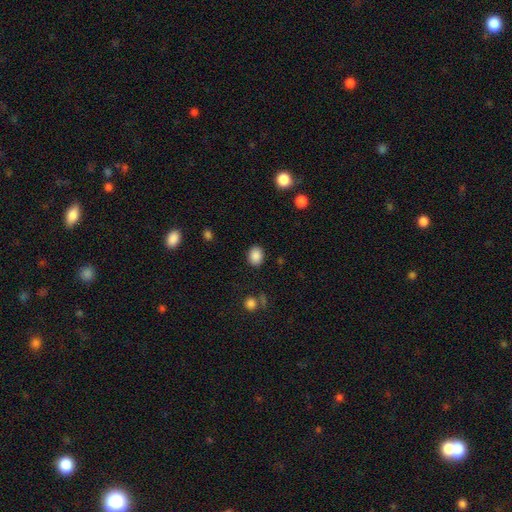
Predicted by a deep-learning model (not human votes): Smooth or featured? smooth (87%)
How rounded? in between (55%)
Merging? none (87%)